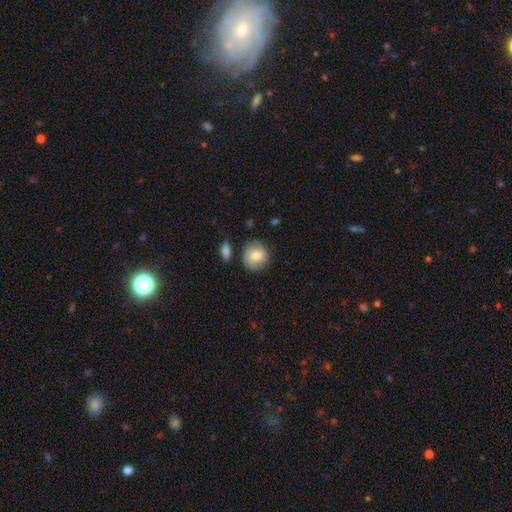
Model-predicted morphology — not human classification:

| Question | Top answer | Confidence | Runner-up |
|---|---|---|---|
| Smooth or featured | smooth | 69% | featured or disk (24%) |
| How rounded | round | 85% | in between (14%) |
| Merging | none | 75% | minor disturbance (17%) |